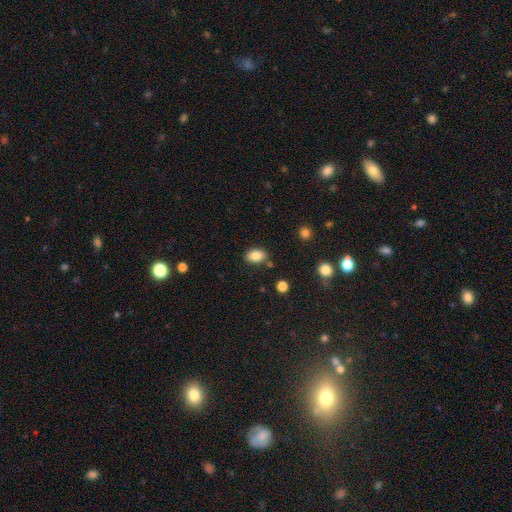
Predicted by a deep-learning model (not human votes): A smooth galaxy with no disk features (85%) that is in between round and cigar-shaped (84%).

Vote fractions:
- Smooth or featured? smooth: 85% / star or artifact: 9% / featured or disk: 6%
- How rounded? in between: 84% / round: 15% / cigar-shaped: 1%
- Merging? none: 80% / minor disturbance: 12% / merger: 5% / major disturbance: 3%